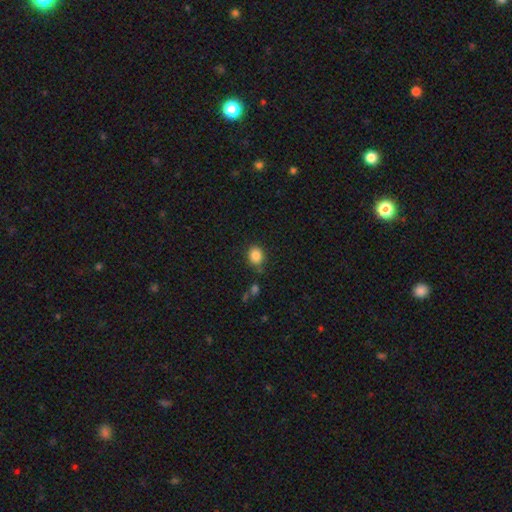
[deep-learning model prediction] This is clearly a smooth galaxy (85%). How rounded: likely round (63%). Merging: likely none (79%).